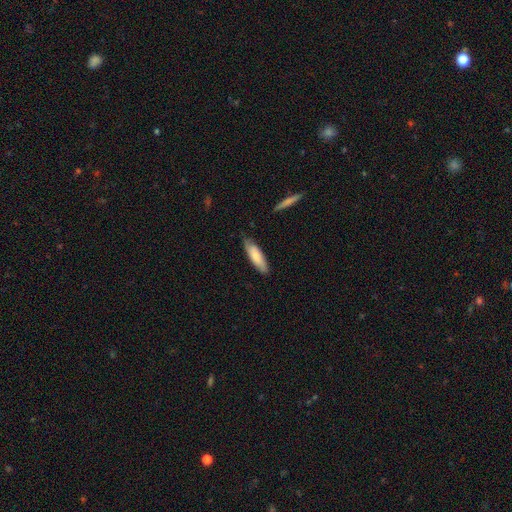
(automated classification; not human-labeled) This is likely a smooth galaxy (76%). How rounded: possibly cigar-shaped (53%). Merging: likely none (78%).